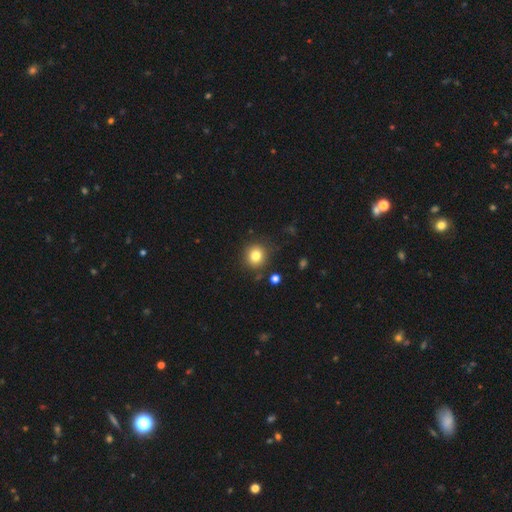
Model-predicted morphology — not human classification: A smooth galaxy with no disk features (82%) that is round (86%).

Vote fractions:
- Smooth or featured? smooth: 82% / star or artifact: 12% / featured or disk: 7%
- How rounded? round: 86% / in between: 13% / cigar-shaped: 1%
- Merging? none: 86% / minor disturbance: 9% / major disturbance: 3% / merger: 2%